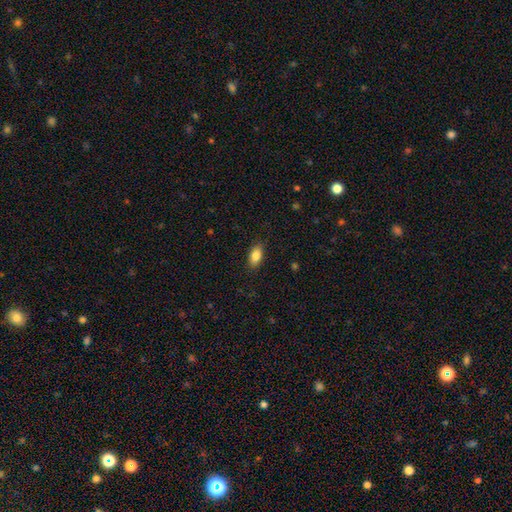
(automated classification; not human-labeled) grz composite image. It shows a smooth galaxy with no disk features (86%) that is in between round and cigar-shaped (90%). Merging: none (86%).